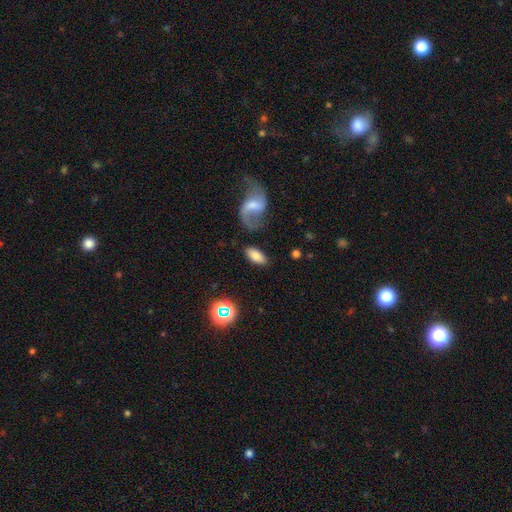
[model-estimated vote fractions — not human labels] Smooth or featured? Predicted: smooth (p=0.76). How rounded? Predicted: in between (p=0.92). Merging? Predicted: none (p=0.76).